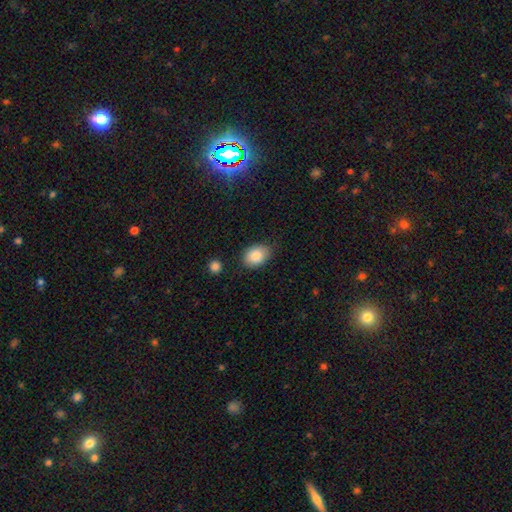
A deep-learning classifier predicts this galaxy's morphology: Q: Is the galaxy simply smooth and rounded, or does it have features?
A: smooth — 86%.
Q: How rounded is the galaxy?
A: in between — 74%.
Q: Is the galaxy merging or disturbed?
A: none — 80%.